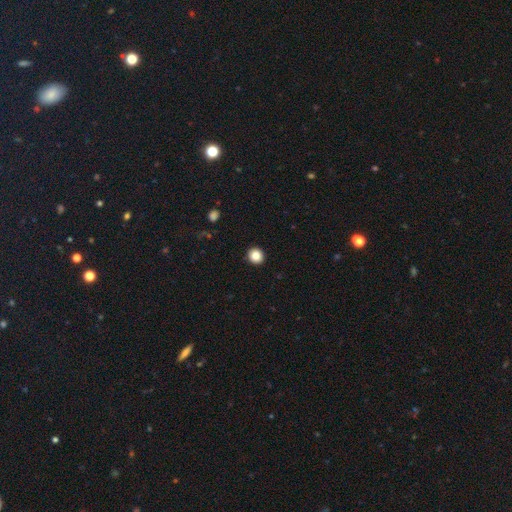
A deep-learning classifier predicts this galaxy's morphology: Smooth or featured? Predicted: smooth (p=0.85). How rounded? Predicted: round (p=0.87). Merging? Predicted: none (p=0.92).